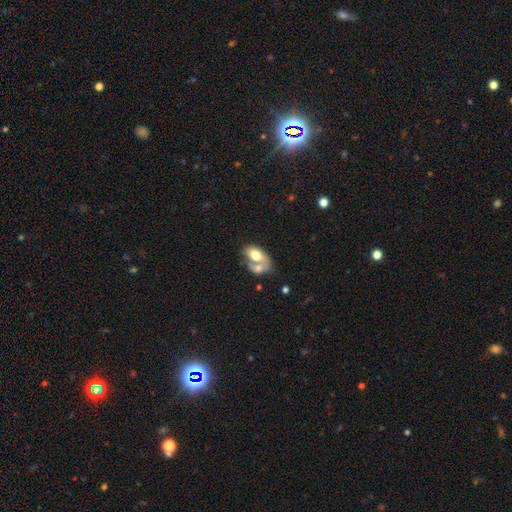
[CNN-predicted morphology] A smooth galaxy with no disk features (64%) that is in between round and cigar-shaped (88%).

Vote fractions:
- Smooth or featured? smooth: 64% / featured or disk: 29% / star or artifact: 7%
- How rounded? in between: 88% / round: 10% / cigar-shaped: 2%
- Merging? merger: 65% / none: 17% / minor disturbance: 10% / major disturbance: 9%